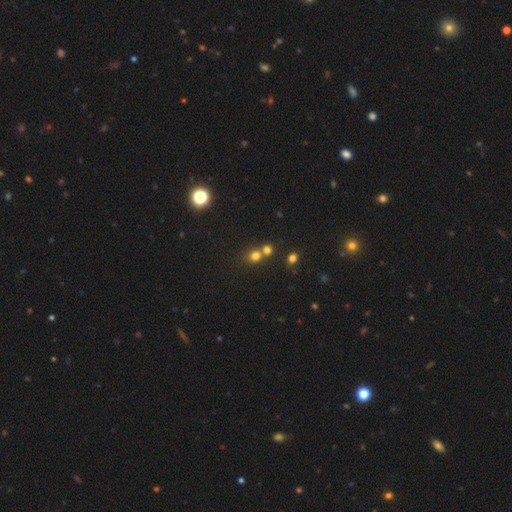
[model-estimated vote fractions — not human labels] Smooth or featured? Predicted: smooth (p=0.72). How rounded? Predicted: round (p=0.83). Merging? Predicted: none (p=0.48).